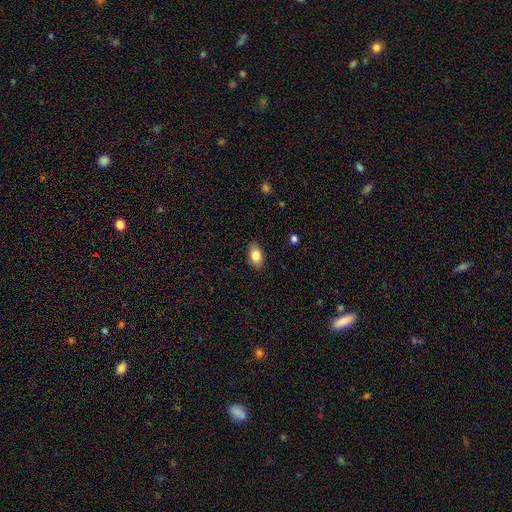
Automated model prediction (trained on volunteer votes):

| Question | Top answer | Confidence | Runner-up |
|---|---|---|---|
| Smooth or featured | smooth | 83% | featured or disk (9%) |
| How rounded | in between | 90% | round (8%) |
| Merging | none | 87% | minor disturbance (10%) |